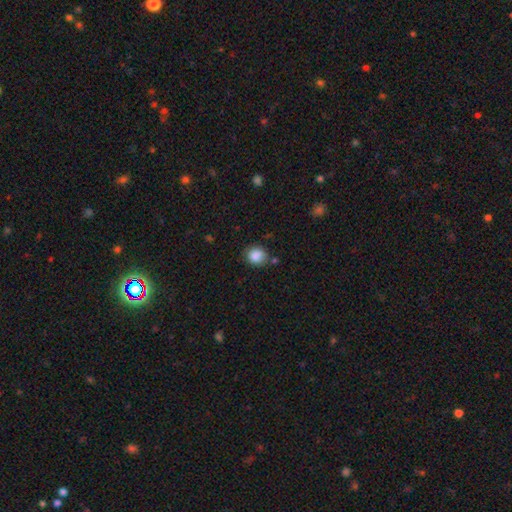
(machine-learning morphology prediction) This appears to be a smooth galaxy with no disk features (87%) that is round (77%). Merging: none (75%).